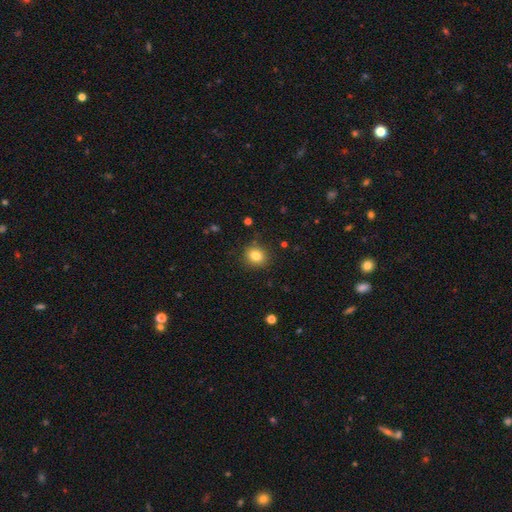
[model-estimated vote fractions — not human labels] Morphology: type=smooth (82%); roundness=round (77%); merging=none (87%).